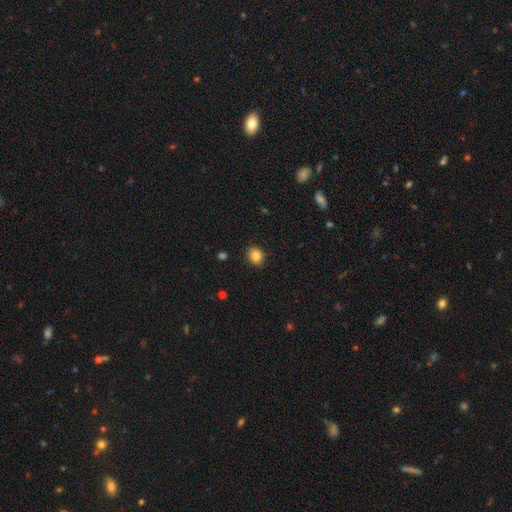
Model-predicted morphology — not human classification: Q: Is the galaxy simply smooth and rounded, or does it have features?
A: smooth — 85%.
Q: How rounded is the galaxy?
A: round — 60%.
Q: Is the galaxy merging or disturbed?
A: none — 88%.